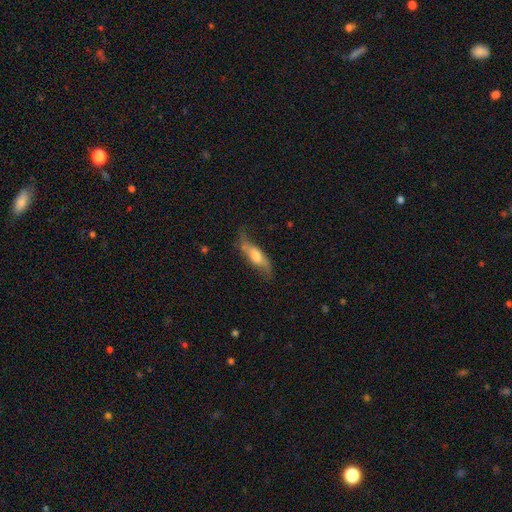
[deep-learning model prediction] smooth_or_featured: featured or disk (p=0.53) [alt: smooth p=0.41]
disk_edge_on: no (p=0.58) [alt: yes p=0.42]
merging: none (p=0.60) [alt: minor disturbance p=0.27]